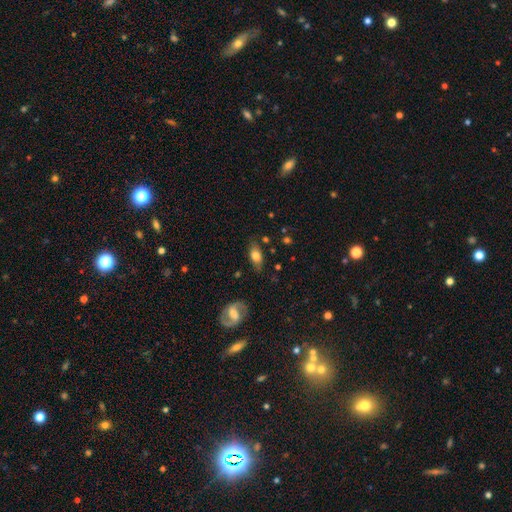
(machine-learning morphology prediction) Smooth or featured? Predicted: smooth (p=0.70). How rounded? Predicted: in between (p=0.84). Merging? Predicted: none (p=0.78).